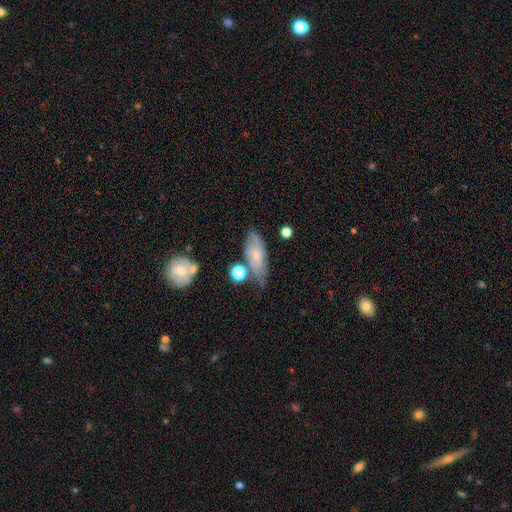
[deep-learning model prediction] This appears to be a smooth galaxy with no disk features (52%) that is in between round and cigar-shaped (73%). Merging: none (56%).